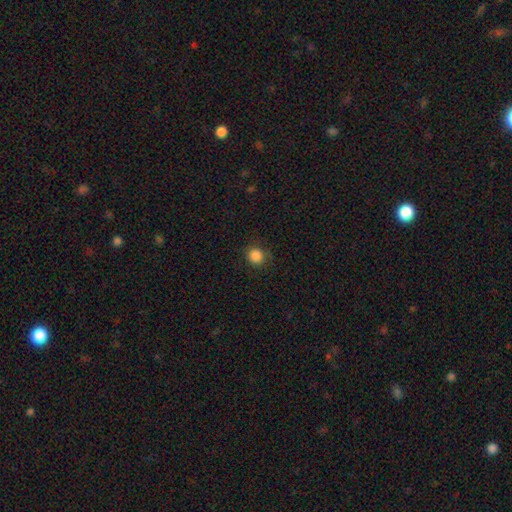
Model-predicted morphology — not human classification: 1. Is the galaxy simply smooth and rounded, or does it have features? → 86% smooth, 11% star or artifact, 3% featured or disk.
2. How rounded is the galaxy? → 89% round, 10% in between, 1% cigar-shaped.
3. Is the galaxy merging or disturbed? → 85% none, 11% minor disturbance, 3% major disturbance, 1% merger.